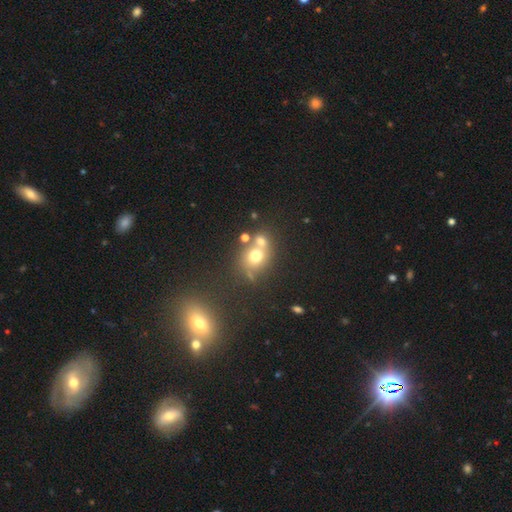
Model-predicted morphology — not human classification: type=smooth (66%); roundness=round (68%); merging=none (46%).